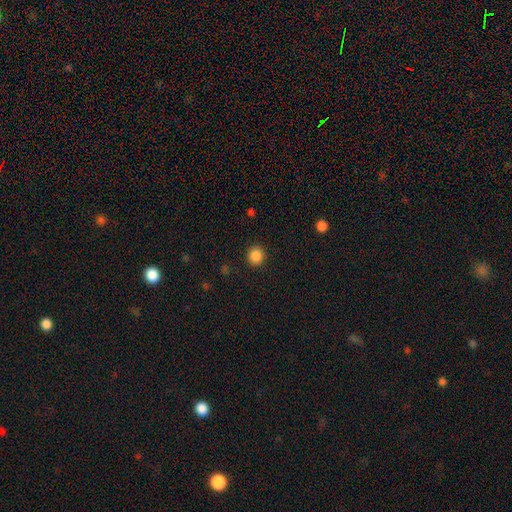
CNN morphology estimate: Smooth or featured?
  - smooth: 87% *
  - star or artifact: 10%
  - featured or disk: 3%
How rounded?
  - round: 87% *
  - in between: 12%
  - cigar-shaped: 1%
Merging?
  - none: 91% *
  - minor disturbance: 6%
  - major disturbance: 2%
  - merger: 1%